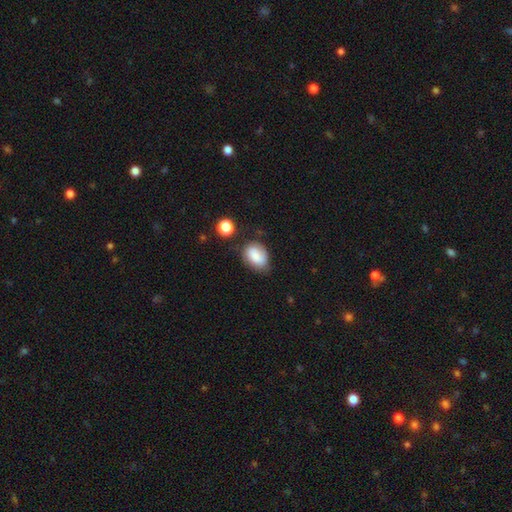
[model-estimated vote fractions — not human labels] smooth 81%, featured or disk 10%, star or artifact 8%. Down the decision tree: how rounded — in between (79%); merging — none (61%).